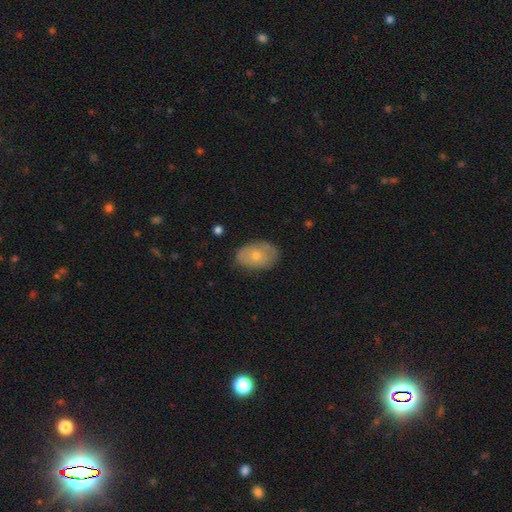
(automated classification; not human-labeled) smooth 61%, featured or disk 32%, star or artifact 7%. Down the decision tree: how rounded — in between (84%); merging — none (76%).